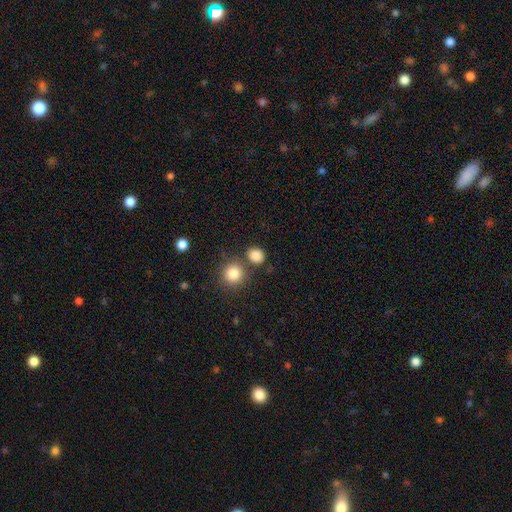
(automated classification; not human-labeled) Smooth or featured? Predicted: smooth (p=0.85). How rounded? Predicted: round (p=0.66). Merging? Predicted: none (p=0.73).